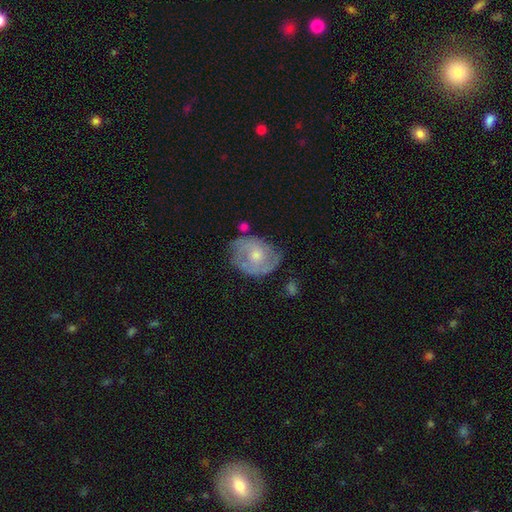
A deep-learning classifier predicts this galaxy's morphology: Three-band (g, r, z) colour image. It shows a featured or disk galaxy (61%) with no bar (78%), spiral arms (65%) and a moderate central bulge (54%). Merging: none (57%).